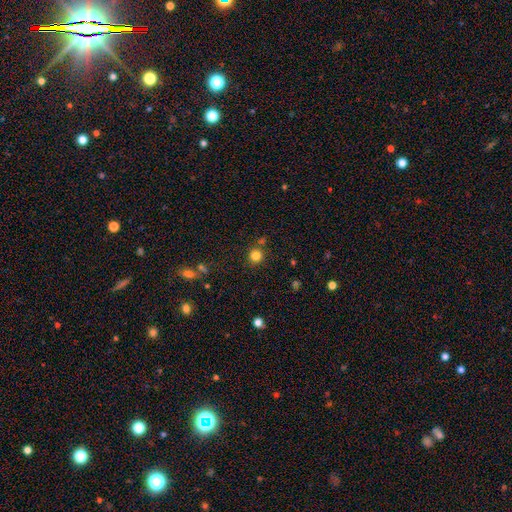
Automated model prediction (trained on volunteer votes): Smooth or featured? smooth (82%)
How rounded? round (93%)
Merging? none (83%)